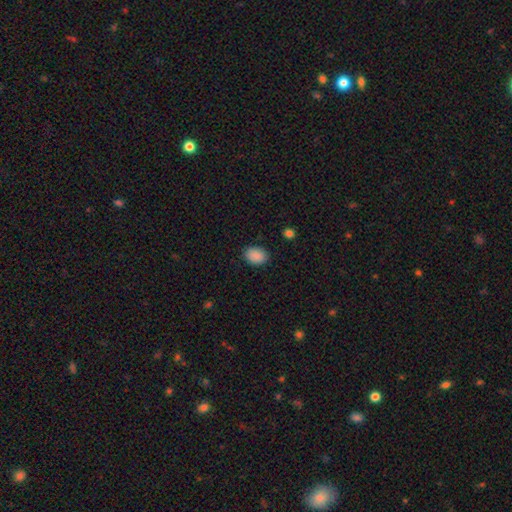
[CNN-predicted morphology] The model was most divided on "how rounded": in between: 71%, round: 28%, cigar-shaped: 1%. More confident: smooth or featured — smooth (89%); merging — none (87%).